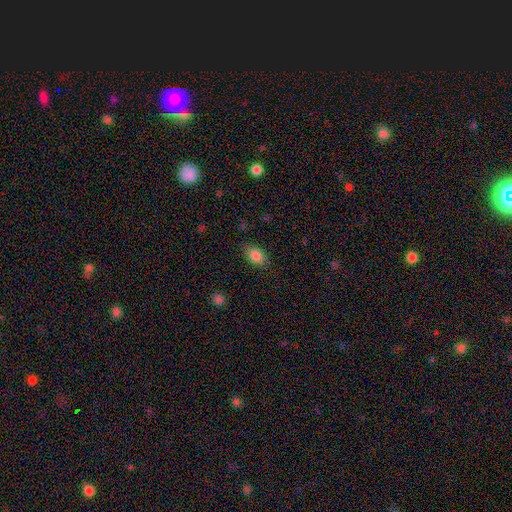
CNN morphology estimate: smooth_or_featured: smooth (p=0.84) [alt: star or artifact p=0.08]
how_rounded: in between (p=0.85) [alt: round p=0.13]
merging: none (p=0.83) [alt: minor disturbance p=0.12]